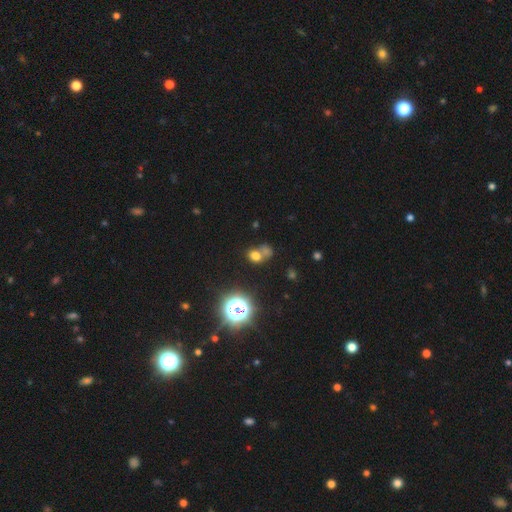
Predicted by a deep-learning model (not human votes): A smooth galaxy with no disk features (65%) that is round (55%).

Vote fractions:
- Smooth or featured? smooth: 65% / star or artifact: 23% / featured or disk: 12%
- How rounded? round: 55% / in between: 43% / cigar-shaped: 1%
- Merging? merger: 41% / none: 40% / minor disturbance: 11% / major disturbance: 8%